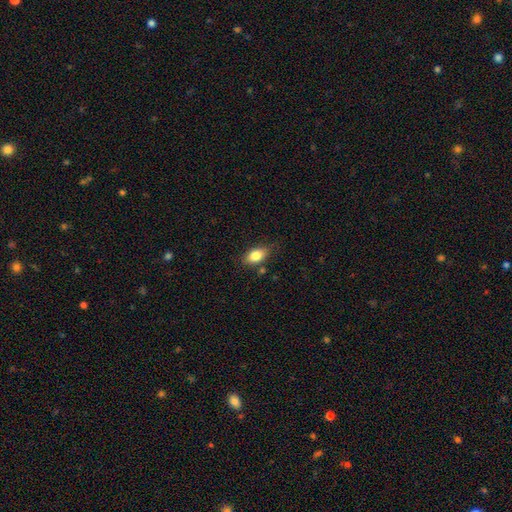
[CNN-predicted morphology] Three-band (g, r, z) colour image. It shows a smooth galaxy with no disk features (82%) that is in between round and cigar-shaped (88%). Merging: none (77%).